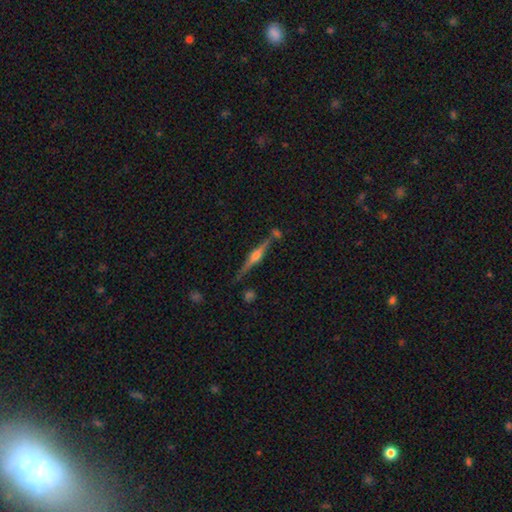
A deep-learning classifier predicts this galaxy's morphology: This appears to be a featured or disk galaxy (78%) viewed edge-on (97%) with a rounded central bulge (89%). Merging: none (78%).